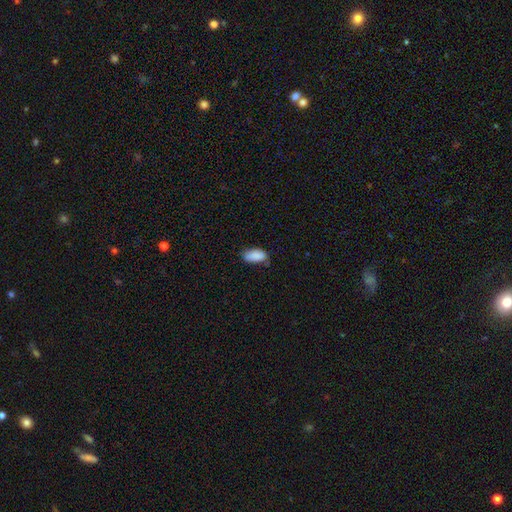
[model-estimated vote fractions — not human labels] A smooth galaxy with no disk features (88%) that is in between round and cigar-shaped (92%). Merging: none (67%).